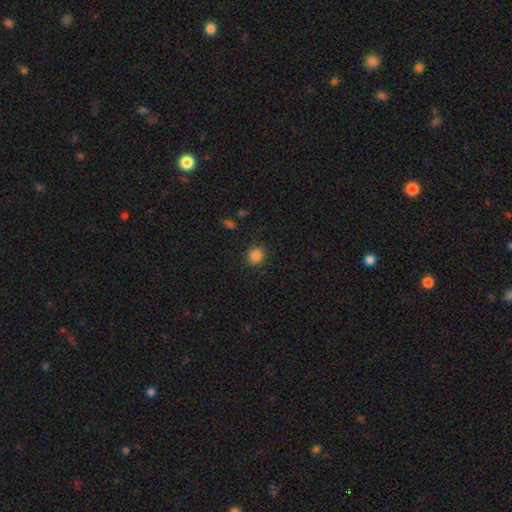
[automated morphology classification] This is clearly a smooth galaxy (85%). How rounded: clearly round (86%). Merging: clearly none (88%).